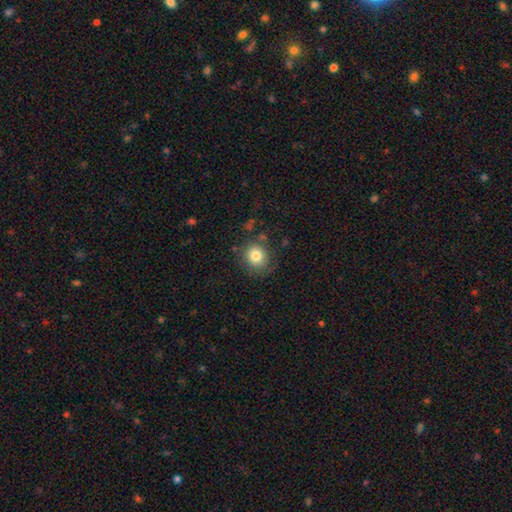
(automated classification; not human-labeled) Smooth or featured? smooth (80%)
How rounded? round (82%)
Merging? none (77%)